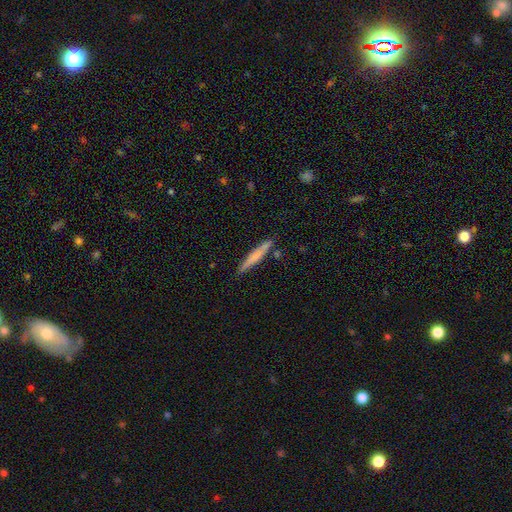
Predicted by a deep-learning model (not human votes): smooth_or_featured: smooth (p=0.62) [alt: featured or disk p=0.32]
how_rounded: cigar-shaped (p=0.95) [alt: in between p=0.04]
merging: none (p=0.83) [alt: minor disturbance p=0.11]